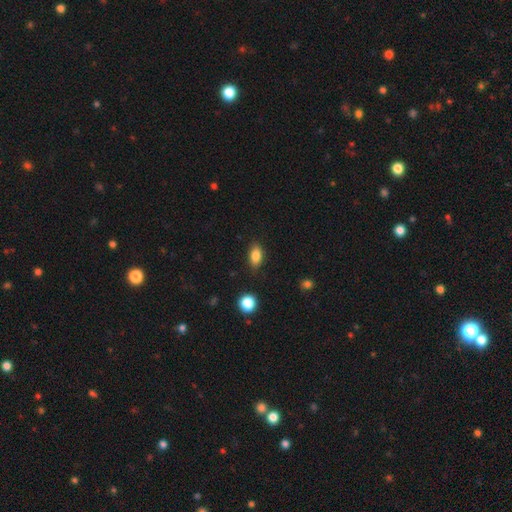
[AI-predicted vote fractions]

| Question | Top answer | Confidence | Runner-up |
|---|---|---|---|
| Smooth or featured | smooth | 84% | star or artifact (9%) |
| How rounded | in between | 86% | round (10%) |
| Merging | none | 84% | minor disturbance (11%) |